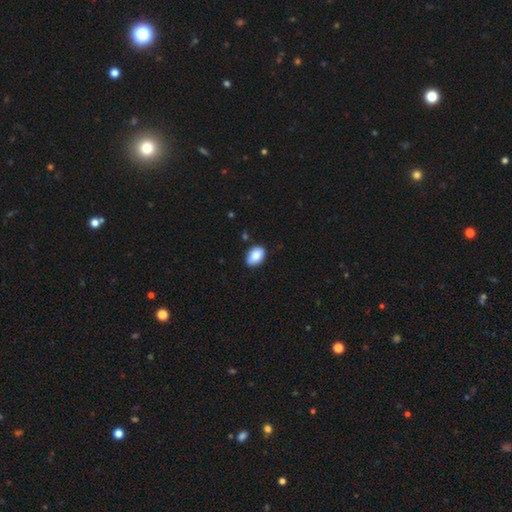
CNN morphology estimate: smooth 85%, featured or disk 8%, star or artifact 7%. Down the decision tree: how rounded — in between (86%); merging — none (86%).